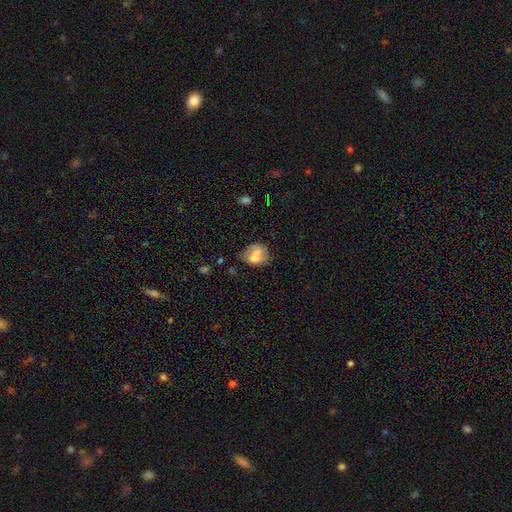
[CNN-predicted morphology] A smooth galaxy with no disk features (61%) that is round (50%). Merging: none (49%).